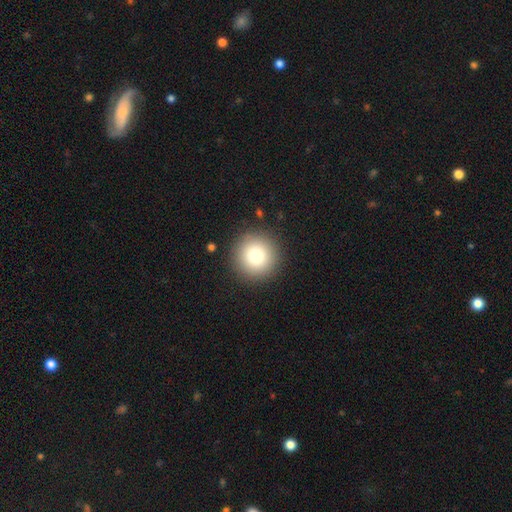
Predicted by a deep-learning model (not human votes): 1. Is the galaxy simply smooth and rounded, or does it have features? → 81% smooth, 10% star or artifact, 8% featured or disk.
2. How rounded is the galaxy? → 96% round, 3% in between, 1% cigar-shaped.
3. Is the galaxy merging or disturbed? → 91% none, 6% minor disturbance, 2% major disturbance, 1% merger.